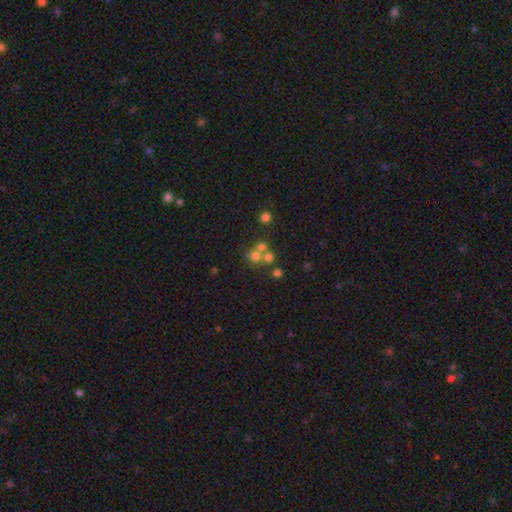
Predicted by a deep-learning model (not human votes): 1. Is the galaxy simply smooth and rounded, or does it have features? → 60% smooth, 21% star or artifact, 18% featured or disk.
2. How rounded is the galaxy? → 83% round, 16% in between, 1% cigar-shaped.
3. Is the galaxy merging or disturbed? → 44% merger (tied), 44% none (tied), 7% minor disturbance, 5% major disturbance.